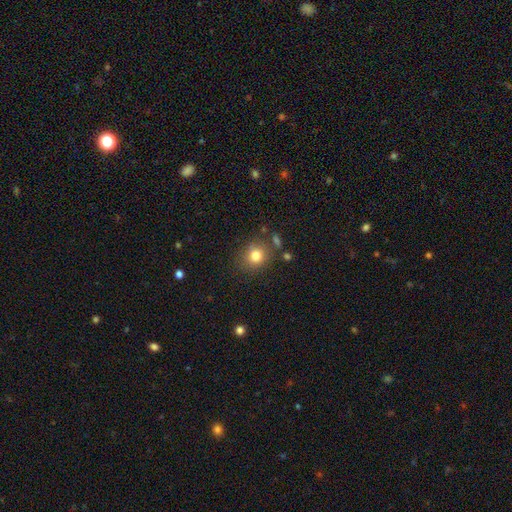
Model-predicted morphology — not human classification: type=smooth (81%); roundness=round (75%); merging=none (78%).